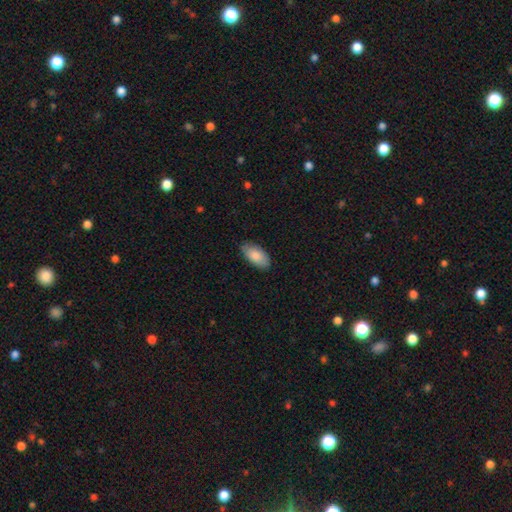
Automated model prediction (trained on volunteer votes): Smooth or featured: smooth — 86% (featured or disk — 8%)
How rounded: in between — 94% (cigar-shaped — 4%)
Merging: none — 84% (minor disturbance — 13%)